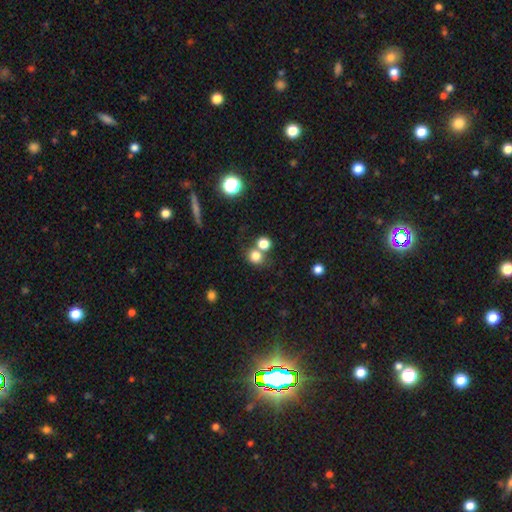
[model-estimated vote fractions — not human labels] This appears to be a smooth galaxy with no disk features (78%) that is round (83%). Merging: none (57%).